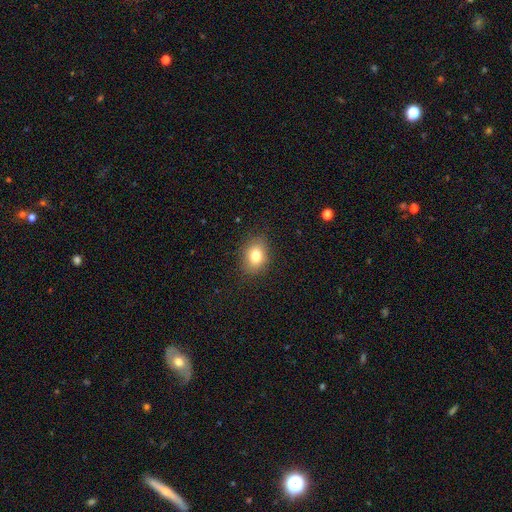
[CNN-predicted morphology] type=smooth (79%); roundness=in between (65%); merging=none (85%).